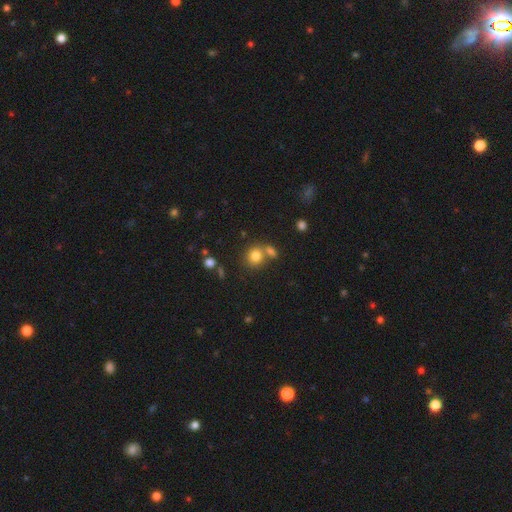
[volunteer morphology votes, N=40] smooth_or_featured: smooth (p=0.90) [alt: featured or disk p=0.05]
how_rounded: round (p=0.81) [alt: in between p=0.17]
merging: none (p=0.58) [alt: merger p=0.32]